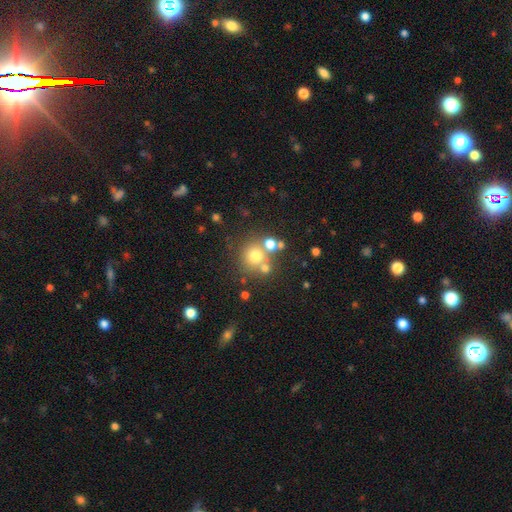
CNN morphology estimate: smooth-or-featured: smooth: 68% | star or artifact: 18% | featured or disk: 14%
  how-rounded: round: 90% | in between: 9% | cigar-shaped: 1%
  merging: none: 61% | merger: 24% | minor disturbance: 10% | major disturbance: 5%